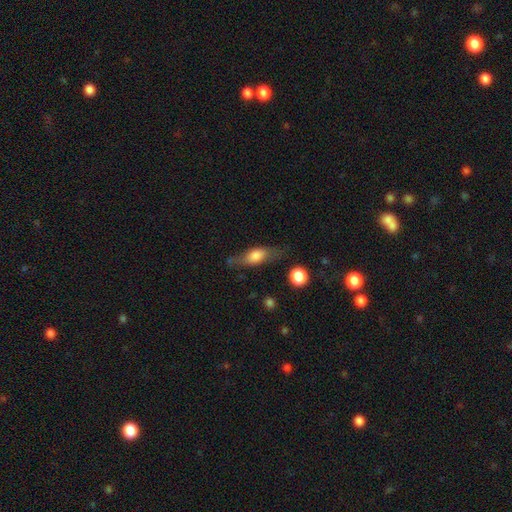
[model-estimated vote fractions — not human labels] smooth 57%, featured or disk 36%, star or artifact 7%. Down the decision tree: how rounded — in between (57%); merging — none (65%).